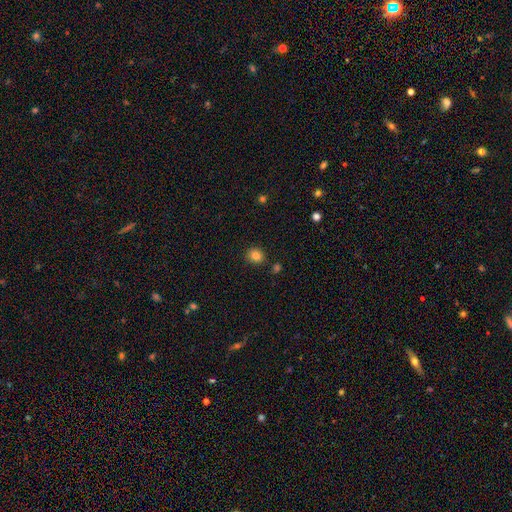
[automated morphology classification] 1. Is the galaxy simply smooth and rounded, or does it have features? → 83% smooth, 12% star or artifact, 5% featured or disk.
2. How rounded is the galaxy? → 79% round, 20% in between, 1% cigar-shaped.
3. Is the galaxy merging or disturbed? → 87% none, 8% minor disturbance, 3% merger, 2% major disturbance.